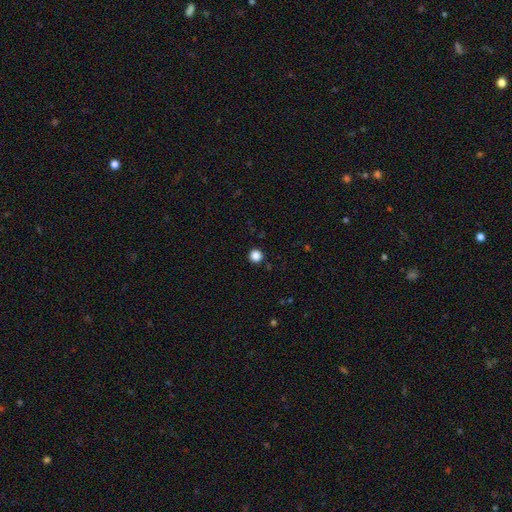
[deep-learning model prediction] A smooth galaxy with no disk features (86%) that is round (96%).

Vote fractions:
- Smooth or featured? smooth: 86% / star or artifact: 11% / featured or disk: 3%
- How rounded? round: 96% / in between: 3% / cigar-shaped: 1%
- Merging? none: 93% / minor disturbance: 4% / major disturbance: 2% / merger: 1%